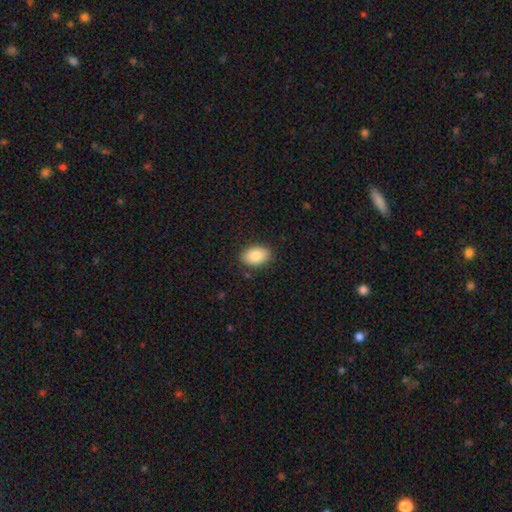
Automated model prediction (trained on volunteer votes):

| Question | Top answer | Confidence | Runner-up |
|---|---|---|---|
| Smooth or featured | smooth | 87% | star or artifact (7%) |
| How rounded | in between | 89% | round (10%) |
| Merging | none | 86% | minor disturbance (10%) |